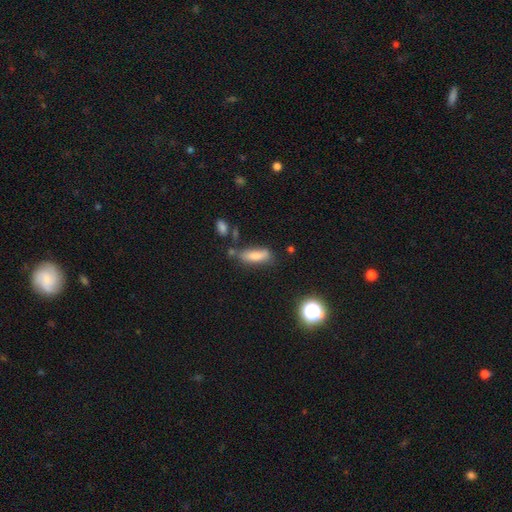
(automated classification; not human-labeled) smooth-or-featured: smooth: 78% | featured or disk: 13% | star or artifact: 9%
  how-rounded: in between: 57% | cigar-shaped: 40% | round: 3%
  merging: none: 56% | minor disturbance: 24% | merger: 11% | major disturbance: 8%